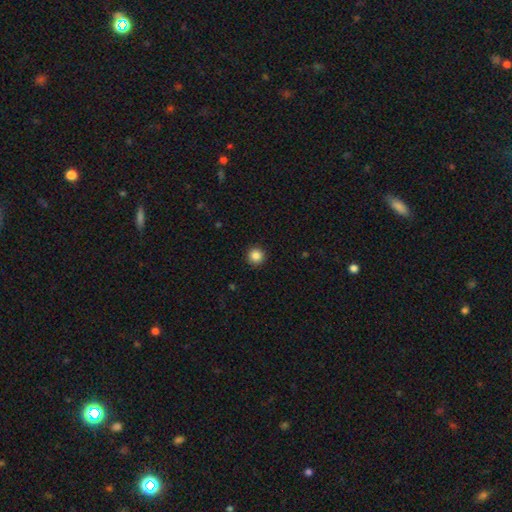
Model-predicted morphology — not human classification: Smooth or featured: smooth — 86% (star or artifact — 11%)
How rounded: round — 96% (in between — 3%)
Merging: none — 93% (minor disturbance — 5%)